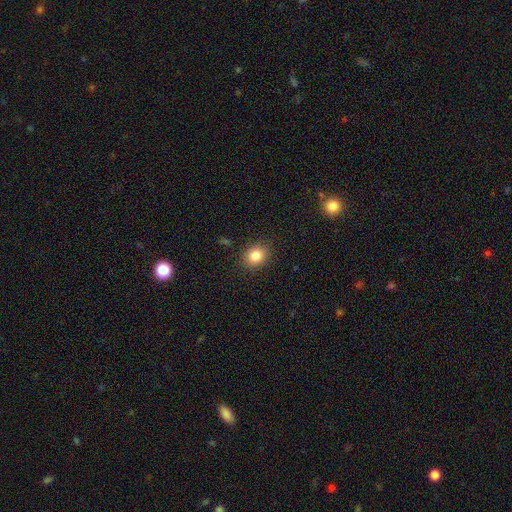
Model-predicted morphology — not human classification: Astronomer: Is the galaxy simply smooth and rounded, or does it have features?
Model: smooth — 84%.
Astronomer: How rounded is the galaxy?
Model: round — 58% (runner-up: in between, 41%).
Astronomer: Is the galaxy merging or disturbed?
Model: none — 87%.